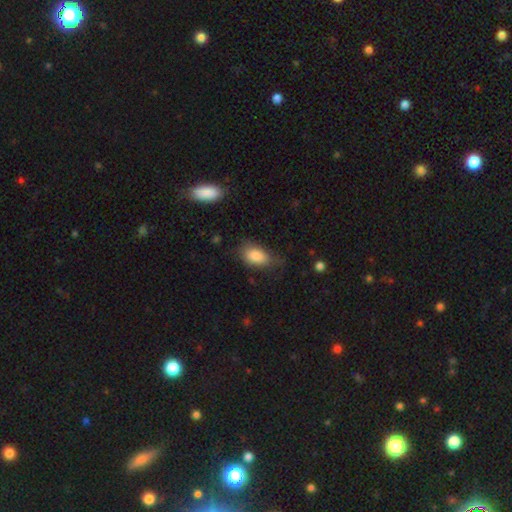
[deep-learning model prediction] The model was most divided on "merging": none: 58%, minor disturbance: 31%, major disturbance: 10%, merger: 2%. More confident: how rounded — in between (89%); smooth or featured — smooth (84%).